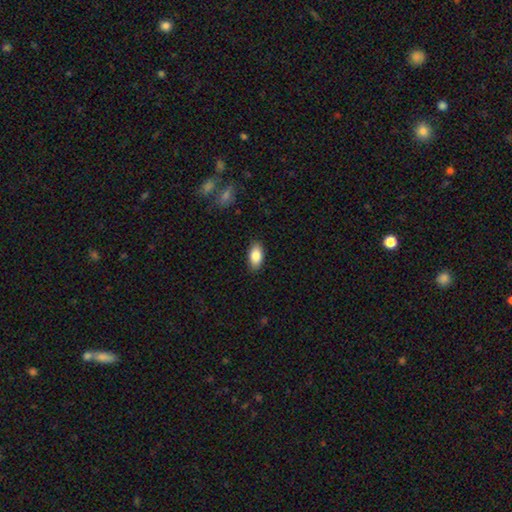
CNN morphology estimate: Smooth or featured?
  - smooth: 85% *
  - featured or disk: 8%
  - star or artifact: 7%
How rounded?
  - in between: 92% *
  - cigar-shaped: 4%
  - round: 4%
Merging?
  - none: 88% *
  - minor disturbance: 9%
  - major disturbance: 2%
  - merger: 1%